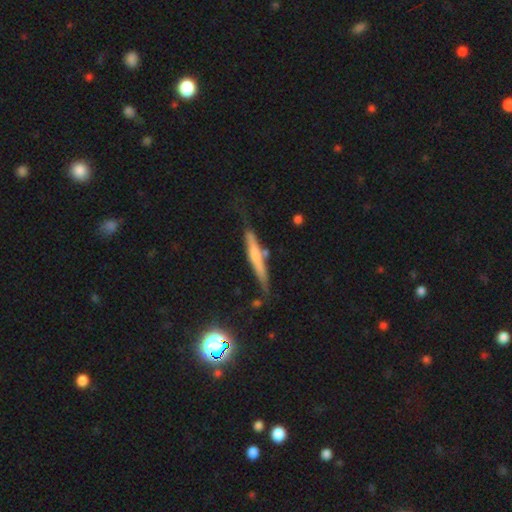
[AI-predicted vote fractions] Smooth or featured?
  - smooth: 47% *
  - featured or disk: 46%
  - star or artifact: 7%
Merging?
  - none: 65% *
  - minor disturbance: 22%
  - merger: 7%
  - major disturbance: 6%